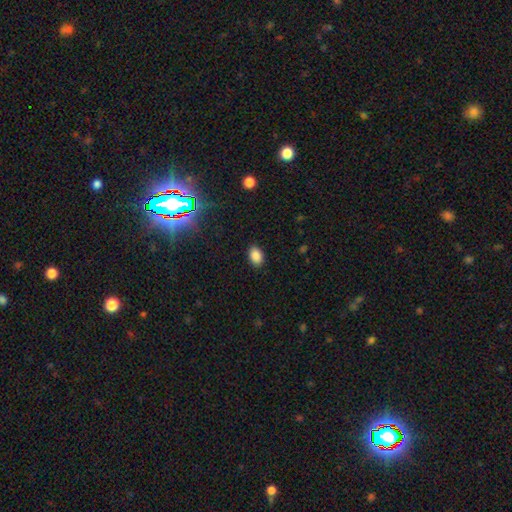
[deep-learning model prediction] This is clearly a smooth galaxy (86%). How rounded: clearly in between (83%). Merging: clearly none (88%).